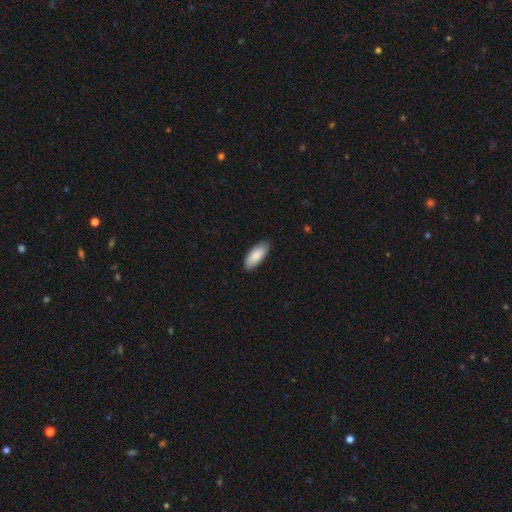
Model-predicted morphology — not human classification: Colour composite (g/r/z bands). It shows a smooth galaxy with no disk features (88%) that is in between round and cigar-shaped (82%). Merging: none (84%).